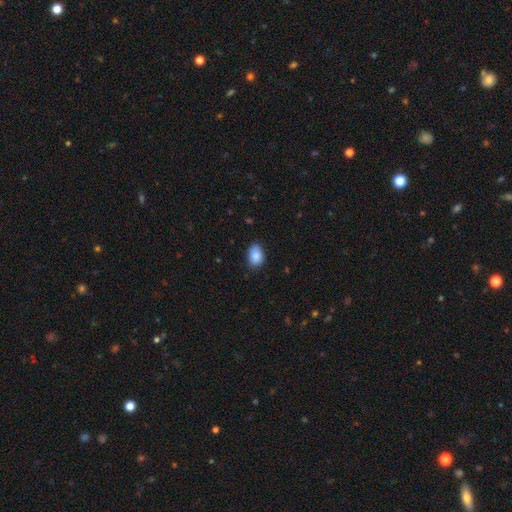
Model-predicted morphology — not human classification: Smooth or featured? smooth (87%)
How rounded? in between (82%)
Merging? none (78%)